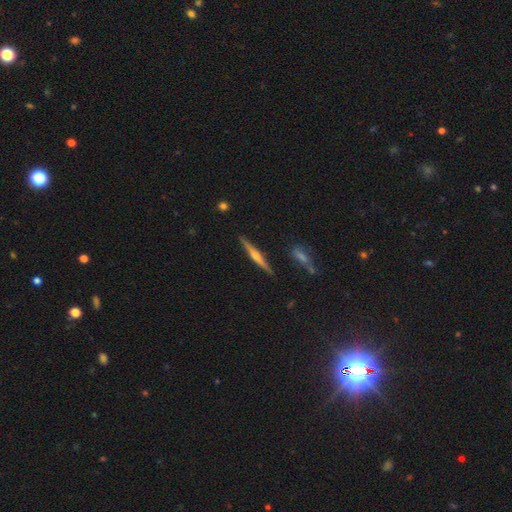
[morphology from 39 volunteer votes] smooth-or-featured: featured or disk: 62% | smooth: 28% | star or artifact: 10%
  disk-edge-on: yes: 100% | no: 0%
    edge-on-bulge: rounded: 75% | none: 17% | boxy: 8%
  merging: none: 83% | minor disturbance: 11% | major disturbance: 3% | merger: 3%